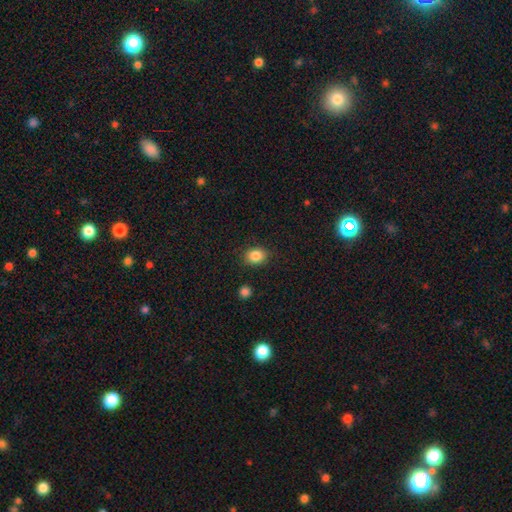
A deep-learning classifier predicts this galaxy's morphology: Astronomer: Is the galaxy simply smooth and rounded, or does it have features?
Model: smooth — 85%.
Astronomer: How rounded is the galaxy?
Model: in between — 54% (runner-up: round, 45%).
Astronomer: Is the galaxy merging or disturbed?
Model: none — 86%.